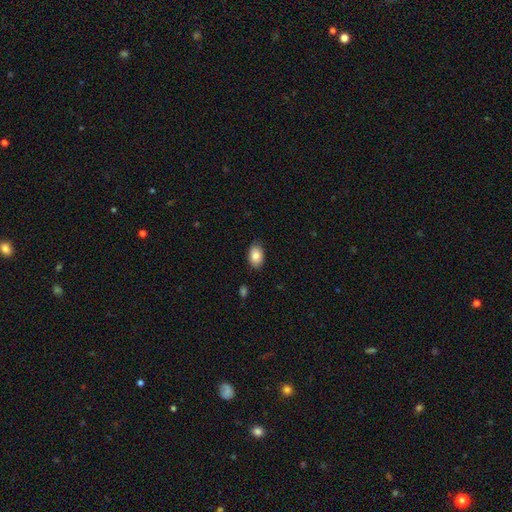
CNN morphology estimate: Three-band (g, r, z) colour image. It shows a smooth galaxy with no disk features (86%) that is in between round and cigar-shaped (87%). Merging: none (85%).